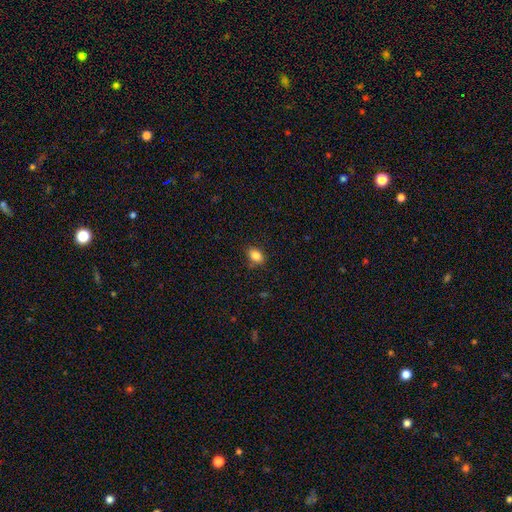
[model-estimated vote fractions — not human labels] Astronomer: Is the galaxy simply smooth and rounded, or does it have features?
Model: smooth — 85%.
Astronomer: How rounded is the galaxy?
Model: in between — 74%.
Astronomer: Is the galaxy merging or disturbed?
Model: none — 82%.